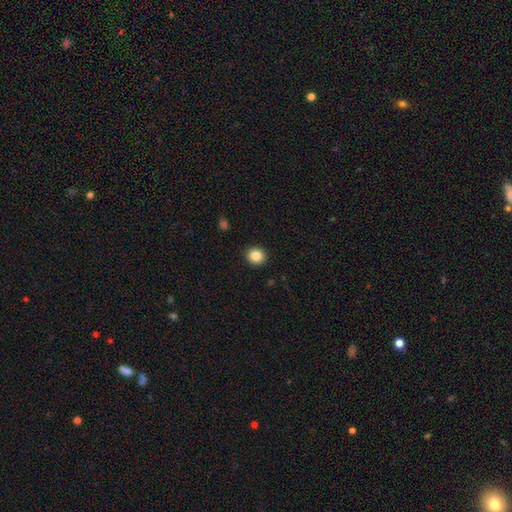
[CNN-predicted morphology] smooth 85%, star or artifact 10%, featured or disk 5%. Down the decision tree: how rounded — round (89%); merging — none (92%).